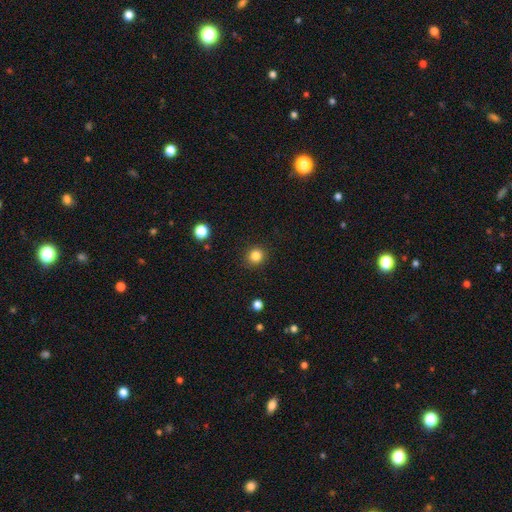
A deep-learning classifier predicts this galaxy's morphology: type=smooth (84%); roundness=round (92%); merging=none (91%).